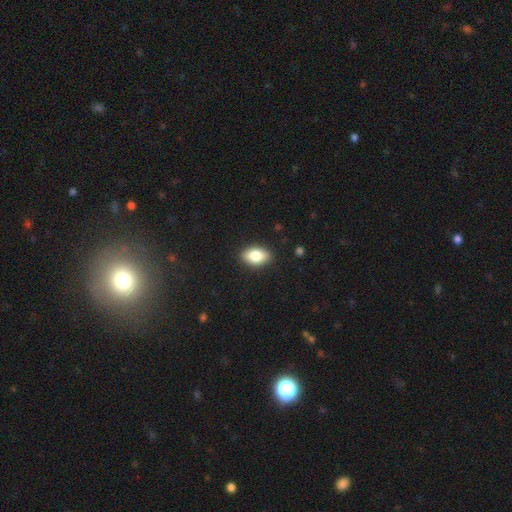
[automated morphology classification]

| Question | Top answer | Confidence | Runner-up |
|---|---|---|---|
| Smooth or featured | smooth | 79% | featured or disk (14%) |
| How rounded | in between | 87% | round (10%) |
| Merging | none | 88% | minor disturbance (9%) |